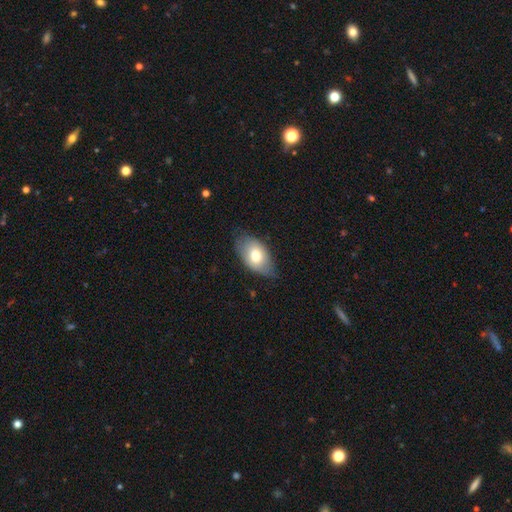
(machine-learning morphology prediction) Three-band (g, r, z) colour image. It shows a smooth galaxy with no disk features (70%) that is in between round and cigar-shaped (92%). Merging: none (67%).